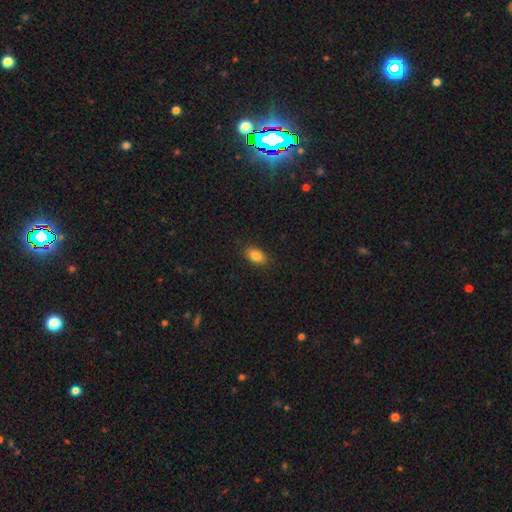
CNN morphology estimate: A smooth galaxy with no disk features (86%) that is in between round and cigar-shaped (89%).

Vote fractions:
- Smooth or featured? smooth: 86% / star or artifact: 9% / featured or disk: 6%
- How rounded? in between: 89% / round: 8% / cigar-shaped: 3%
- Merging? none: 88% / minor disturbance: 9% / major disturbance: 2% / merger: 1%